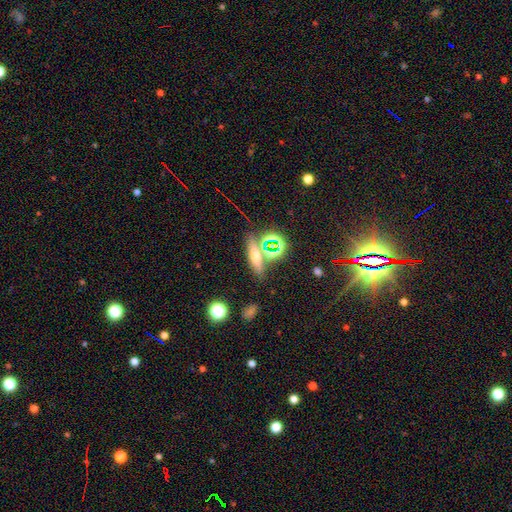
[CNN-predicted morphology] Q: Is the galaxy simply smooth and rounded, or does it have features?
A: smooth — 44%.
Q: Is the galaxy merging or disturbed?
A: none — 74%.